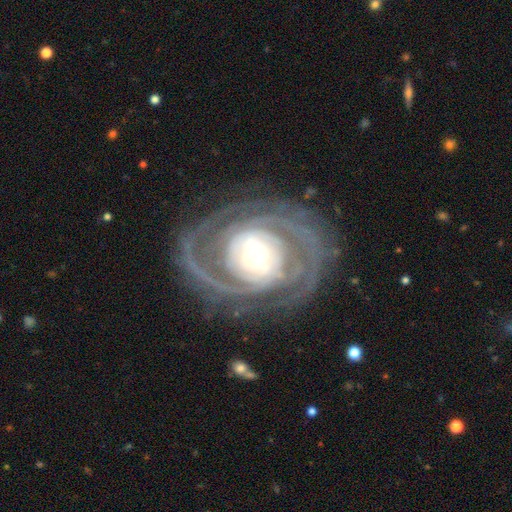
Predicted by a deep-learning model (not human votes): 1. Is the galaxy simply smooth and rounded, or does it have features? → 89% featured or disk, 6% smooth, 5% star or artifact.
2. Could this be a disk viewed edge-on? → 97% no, 3% yes.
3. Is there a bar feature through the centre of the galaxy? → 60% no, 25% weak, 15% strong.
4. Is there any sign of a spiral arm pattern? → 95% yes, 5% no.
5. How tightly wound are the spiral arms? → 66% tight, 27% medium, 8% loose.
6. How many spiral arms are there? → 39% 2, 22% can't tell, 17% 3, 8% 4, 7% 1, 7% more than 4.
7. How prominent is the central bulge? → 48% moderate, 32% small, 16% large, 2% dominant, 1% none.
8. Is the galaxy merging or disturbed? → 74% none, 14% minor disturbance, 11% major disturbance, 2% merger.